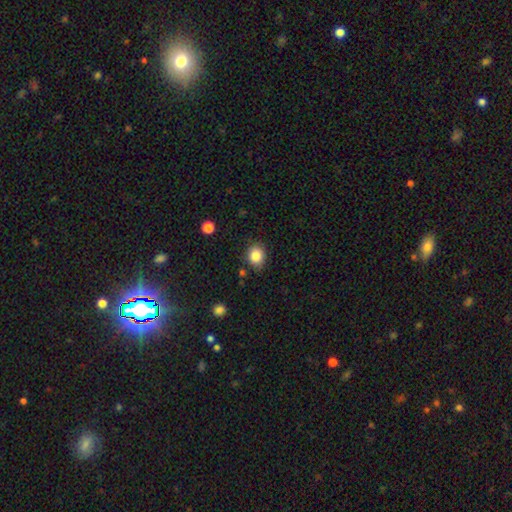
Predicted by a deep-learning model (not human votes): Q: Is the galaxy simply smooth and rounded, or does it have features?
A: smooth — 86%.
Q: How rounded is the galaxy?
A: round — 66%.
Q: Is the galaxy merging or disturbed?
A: none — 81%.